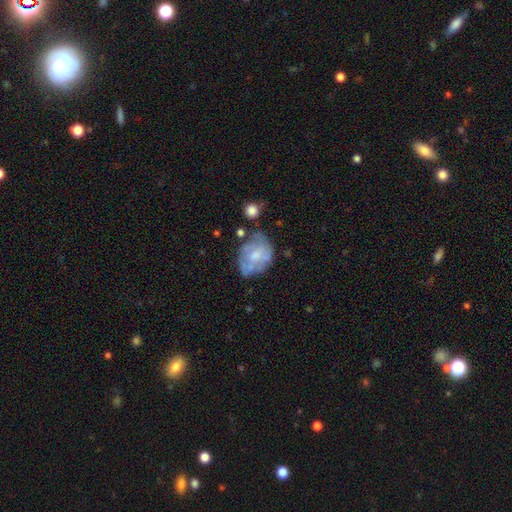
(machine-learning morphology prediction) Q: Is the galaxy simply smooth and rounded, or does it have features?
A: featured or disk — 51%.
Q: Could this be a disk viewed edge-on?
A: no — 97%.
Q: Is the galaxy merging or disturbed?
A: none — 44%.